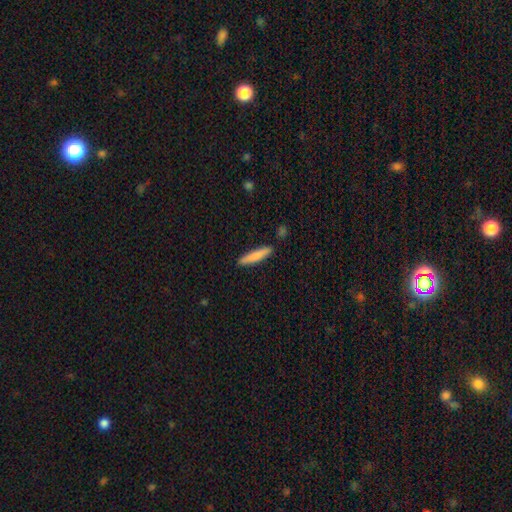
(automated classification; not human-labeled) smooth 82%, featured or disk 12%, star or artifact 6%. Down the decision tree: how rounded — cigar-shaped (88%); merging — none (88%).